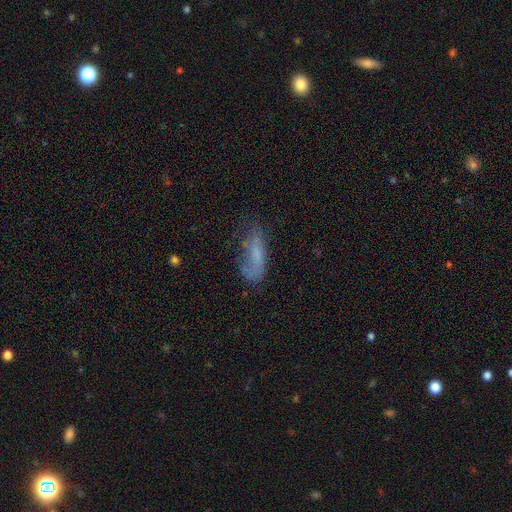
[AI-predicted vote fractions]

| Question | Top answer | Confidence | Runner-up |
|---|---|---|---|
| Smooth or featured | smooth | 56% | featured or disk (33%) |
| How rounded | in between | 65% | cigar-shaped (33%) |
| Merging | none | 43% | minor disturbance (29%) |